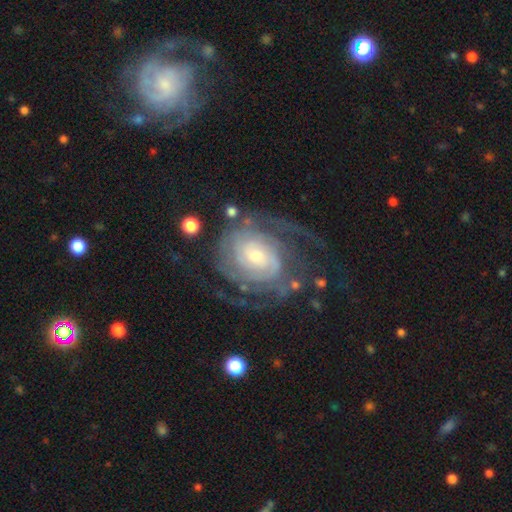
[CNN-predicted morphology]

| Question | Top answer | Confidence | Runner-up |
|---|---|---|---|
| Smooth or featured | featured or disk | 88% | smooth (6%) |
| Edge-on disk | no | 97% | yes (3%) |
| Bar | no | 60% | weak (32%) |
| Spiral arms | yes | 96% | no (4%) |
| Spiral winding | tight | 66% | medium (26%) |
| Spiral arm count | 2 | 32% | can't tell (31%) |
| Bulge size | small | 45% | moderate (44%) |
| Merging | none | 64% | major disturbance (17%) |